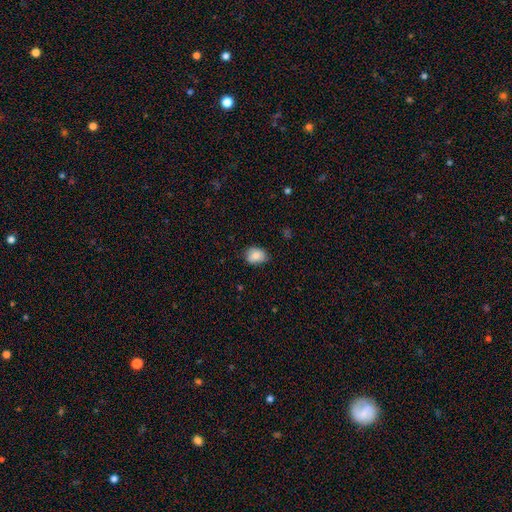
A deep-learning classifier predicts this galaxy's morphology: A smooth galaxy with no disk features (79%) that is in between round and cigar-shaped (60%).

Vote fractions:
- Smooth or featured? smooth: 79% / featured or disk: 13% / star or artifact: 8%
- How rounded? in between: 60% / round: 39% / cigar-shaped: 1%
- Merging? none: 75% / minor disturbance: 20% / major disturbance: 4% / merger: 1%